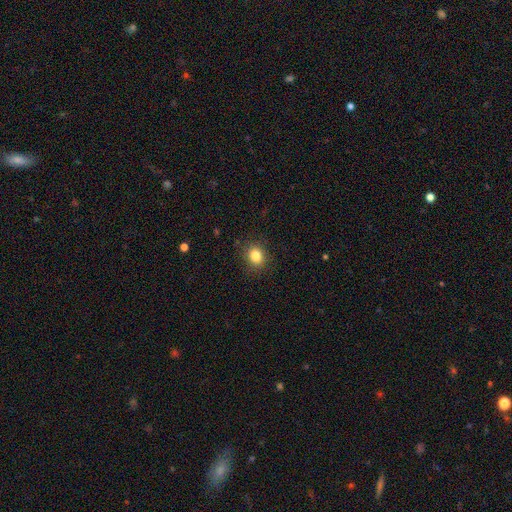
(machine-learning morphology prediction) smooth 84%, star or artifact 11%, featured or disk 6%. Down the decision tree: how rounded — round (69%); merging — none (89%).